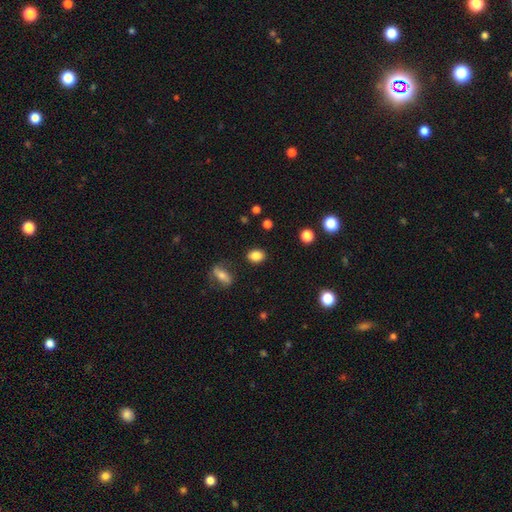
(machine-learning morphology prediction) smooth 85%, star or artifact 9%, featured or disk 6%. Down the decision tree: how rounded — in between (57%); merging — none (85%).